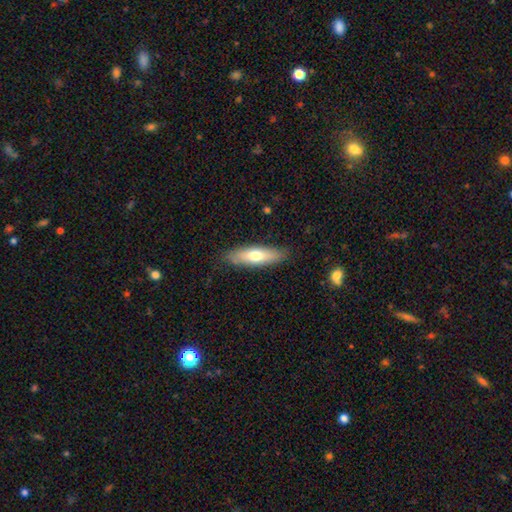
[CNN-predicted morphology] This is likely a smooth galaxy (64%). How rounded: possibly cigar-shaped (54%). Merging: clearly none (86%).